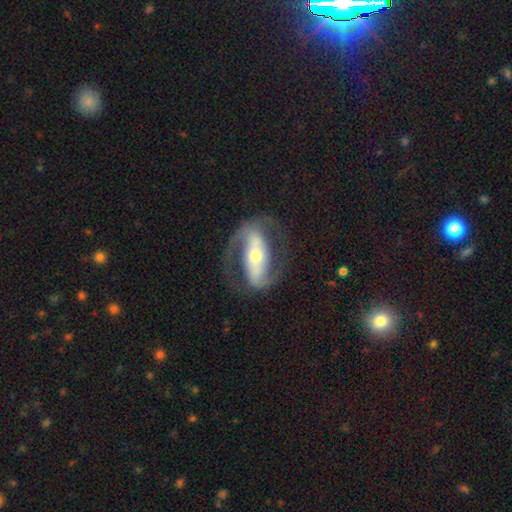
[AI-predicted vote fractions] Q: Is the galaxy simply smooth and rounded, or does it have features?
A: featured or disk — 86%.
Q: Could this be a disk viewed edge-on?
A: no — 93%.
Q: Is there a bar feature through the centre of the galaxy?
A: strong — 63%.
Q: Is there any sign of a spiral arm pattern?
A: yes — 89%.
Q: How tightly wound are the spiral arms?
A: medium — 50%.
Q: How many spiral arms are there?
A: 2 — 90%.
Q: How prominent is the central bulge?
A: moderate — 49%.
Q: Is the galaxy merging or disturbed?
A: none — 75%.